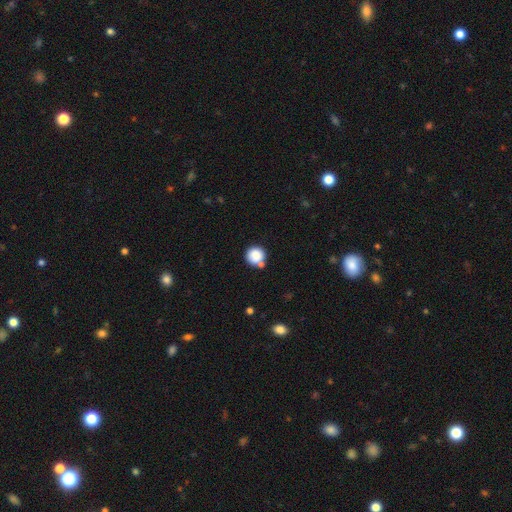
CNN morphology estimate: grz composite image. It shows a smooth galaxy with no disk features (86%) that is round (93%). Merging: none (68%).